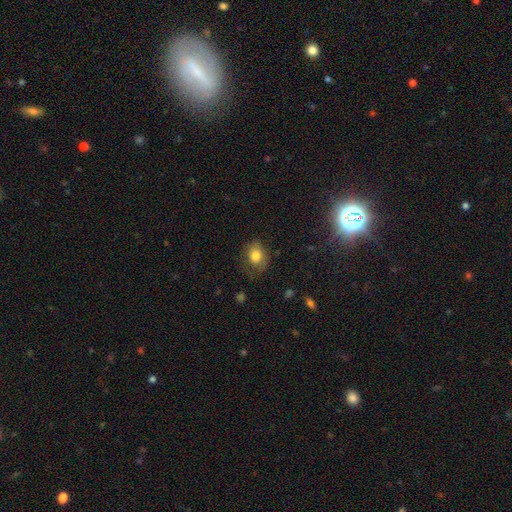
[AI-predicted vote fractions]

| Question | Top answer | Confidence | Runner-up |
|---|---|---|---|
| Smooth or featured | smooth | 76% | featured or disk (14%) |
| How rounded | in between | 51% | round (48%) |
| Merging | none | 64% | minor disturbance (23%) |